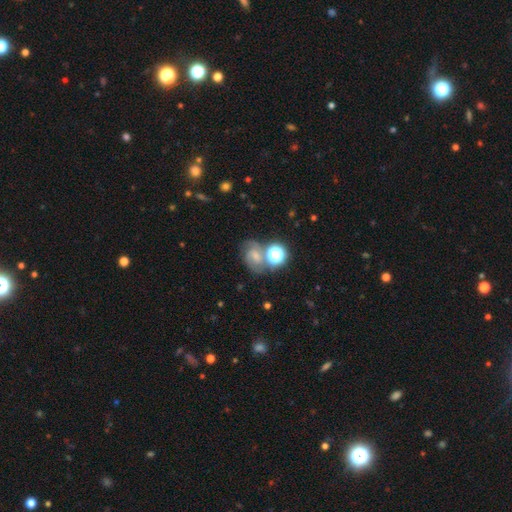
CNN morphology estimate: Smooth or featured? featured or disk (50%)
Edge-on disk? no (97%)
Merging? none (54%)